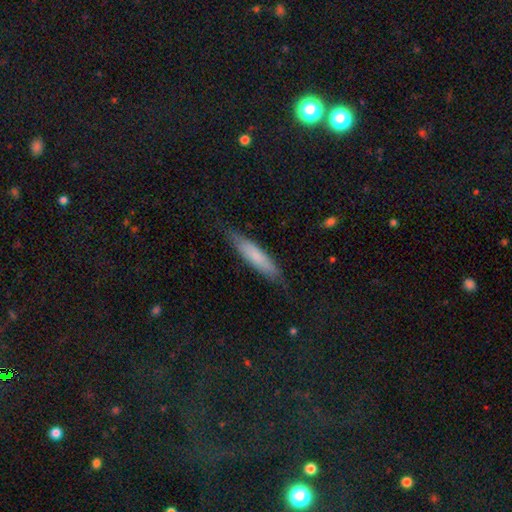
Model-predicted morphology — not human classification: A smooth galaxy with no disk features (72%) that is cigar-shaped (83%).

Vote fractions:
- Smooth or featured? smooth: 72% / featured or disk: 21% / star or artifact: 6%
- How rounded? cigar-shaped: 83% / in between: 16% / round: 1%
- Merging? none: 80% / minor disturbance: 16% / major disturbance: 3% / merger: 1%